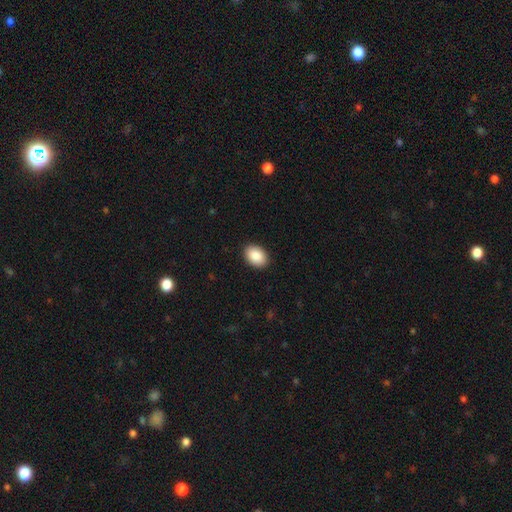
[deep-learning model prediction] smooth 90%, star or artifact 7%, featured or disk 4%. Down the decision tree: how rounded — in between (83%); merging — none (91%).